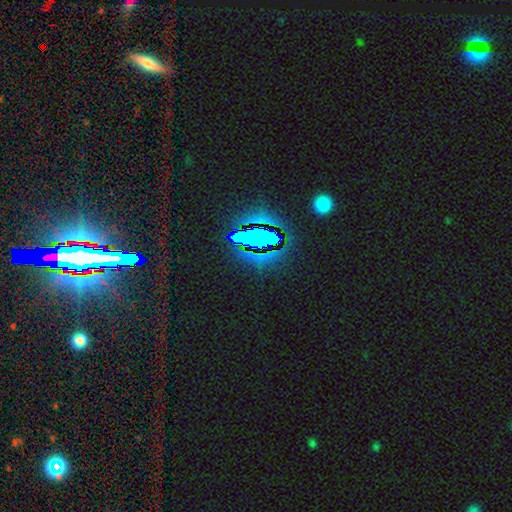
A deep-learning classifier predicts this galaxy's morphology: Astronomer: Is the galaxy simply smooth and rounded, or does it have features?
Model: star or artifact — 80%.